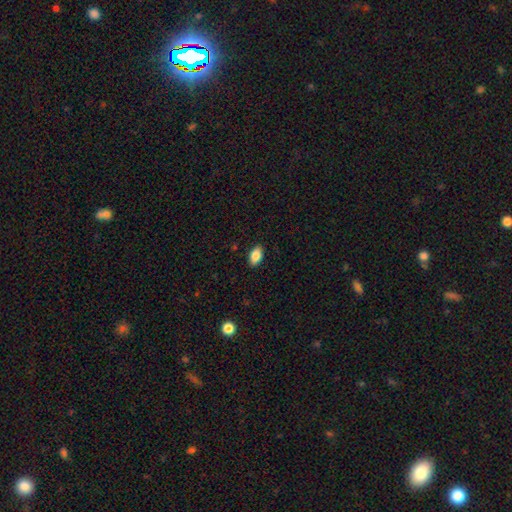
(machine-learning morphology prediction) smooth 85%, star or artifact 7%, featured or disk 7%. Down the decision tree: how rounded — in between (92%); merging — none (89%).